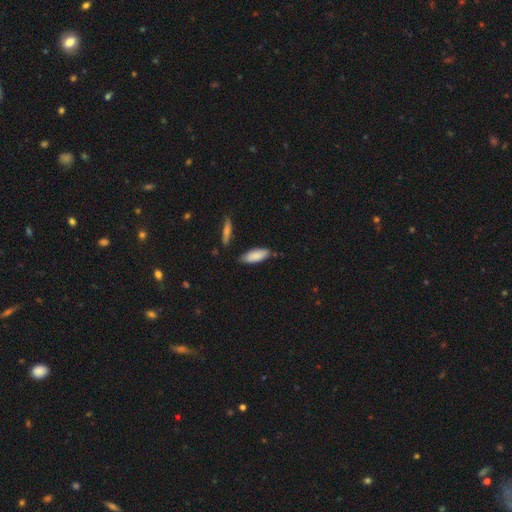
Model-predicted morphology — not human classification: Q: Smooth or featured?
A: smooth (87%); runner-up: featured or disk (7%)
Q: How rounded?
A: in between (69%); runner-up: cigar-shaped (30%)
Q: Merging?
A: none (76%); runner-up: minor disturbance (17%)